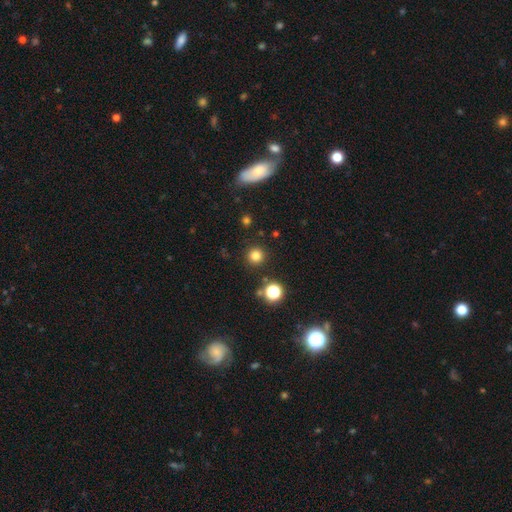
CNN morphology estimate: This is likely a smooth galaxy (80%). How rounded: clearly round (95%). Merging: clearly none (90%).